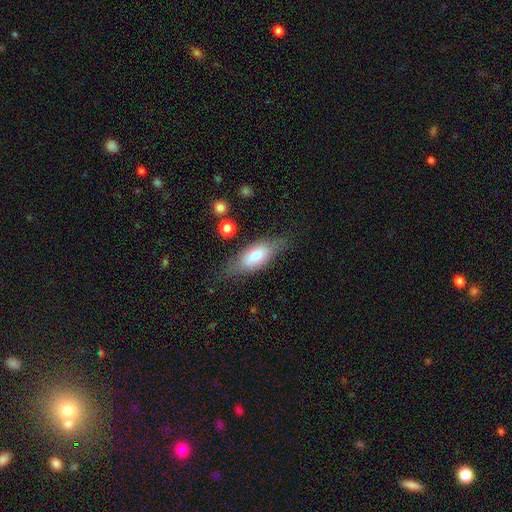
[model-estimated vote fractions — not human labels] This is likely a smooth galaxy (65%). How rounded: likely in between (74%). Merging: likely none (69%).